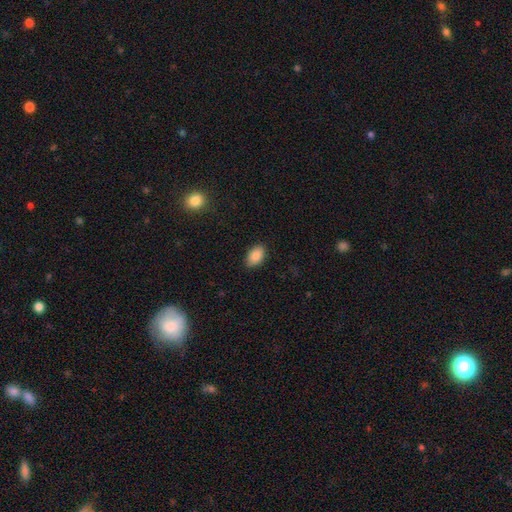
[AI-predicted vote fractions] Smooth or featured: smooth — 88% (star or artifact — 7%)
How rounded: in between — 92% (round — 6%)
Merging: none — 87% (minor disturbance — 10%)